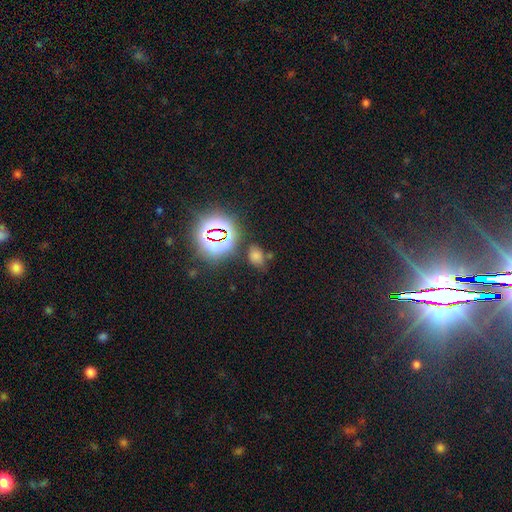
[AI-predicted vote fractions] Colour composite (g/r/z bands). It shows a smooth galaxy with no disk features (55%) that is in between round and cigar-shaped (75%). Merging: none (68%).